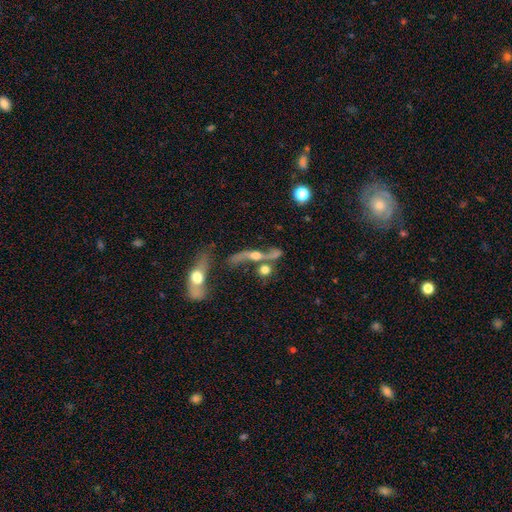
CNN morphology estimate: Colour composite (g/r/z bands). It shows a featured or disk galaxy (70%). Merging: merger (39%).